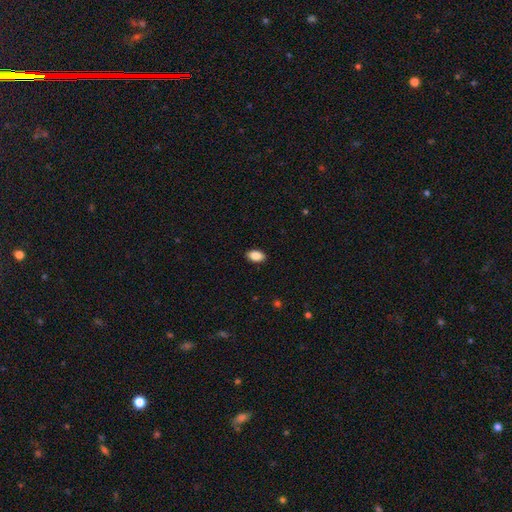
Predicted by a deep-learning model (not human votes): This appears to be a smooth galaxy with no disk features (88%) that is in between round and cigar-shaped (92%). Merging: none (90%).